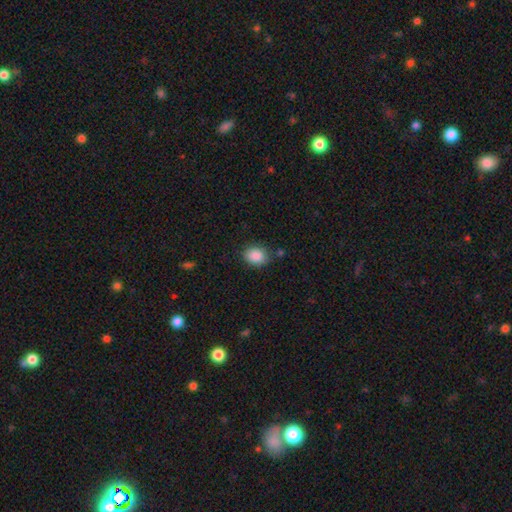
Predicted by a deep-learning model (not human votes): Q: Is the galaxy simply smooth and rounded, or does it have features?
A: smooth — 88%.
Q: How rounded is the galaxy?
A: in between — 59%.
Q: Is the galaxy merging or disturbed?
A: none — 80%.